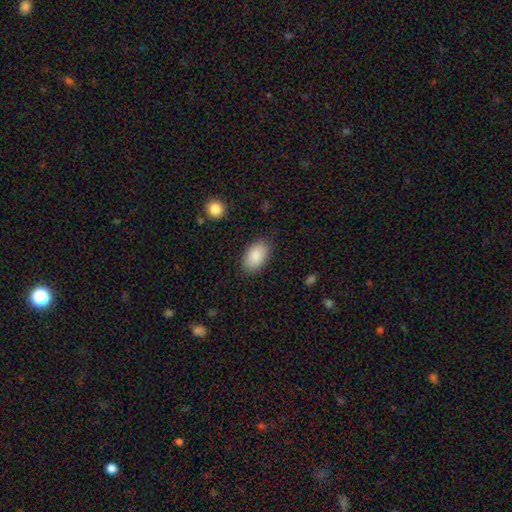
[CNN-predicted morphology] type=smooth (88%); roundness=in between (94%); merging=none (83%).